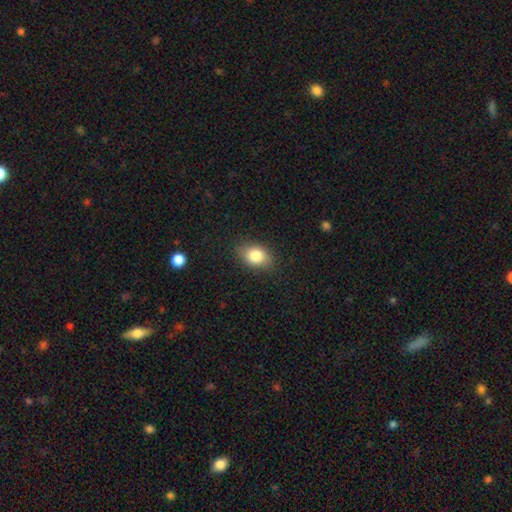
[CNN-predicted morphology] Q: Smooth or featured?
A: smooth (83%); runner-up: star or artifact (9%)
Q: How rounded?
A: in between (72%); runner-up: round (26%)
Q: Merging?
A: none (84%); runner-up: minor disturbance (12%)